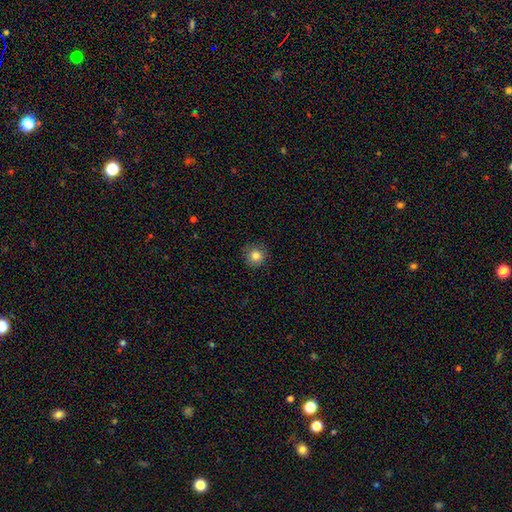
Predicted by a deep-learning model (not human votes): Smooth or featured?
  - smooth: 83% *
  - star or artifact: 11%
  - featured or disk: 6%
How rounded?
  - round: 94% *
  - in between: 5%
  - cigar-shaped: 1%
Merging?
  - none: 88% *
  - minor disturbance: 9%
  - major disturbance: 2%
  - merger: 1%